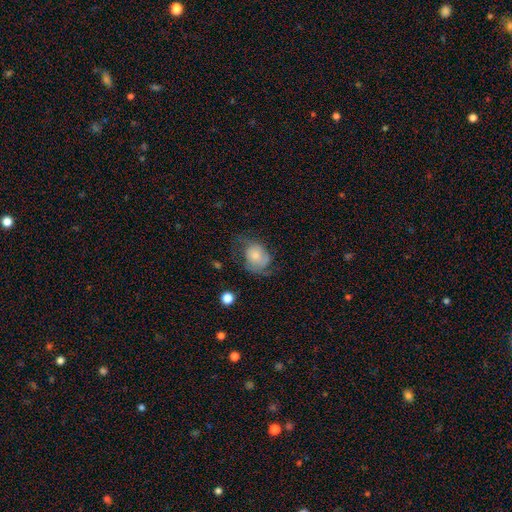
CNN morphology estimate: Smooth or featured?
  - smooth: 54% *
  - featured or disk: 38%
  - star or artifact: 8%
How rounded?
  - in between: 50% *
  - round: 49%
  - cigar-shaped: 1%
Merging?
  - none: 37% *
  - major disturbance: 32%
  - minor disturbance: 29%
  - merger: 3%